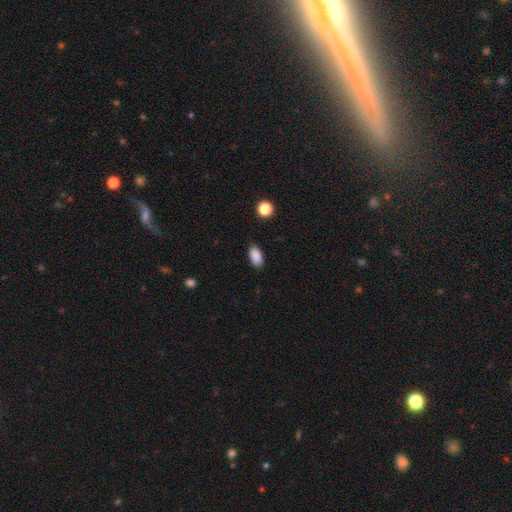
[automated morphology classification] A smooth galaxy with no disk features (88%) that is in between round and cigar-shaped (92%).

Vote fractions:
- Smooth or featured? smooth: 88% / star or artifact: 8% / featured or disk: 4%
- How rounded? in between: 92% / round: 4% / cigar-shaped: 4%
- Merging? none: 84% / minor disturbance: 13% / major disturbance: 3% / merger: 1%